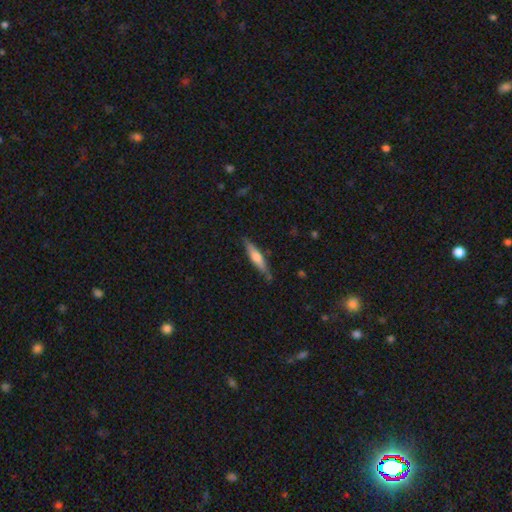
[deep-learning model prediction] Smooth or featured? Predicted: smooth (p=0.52). How rounded? Predicted: cigar-shaped (p=0.82). Merging? Predicted: none (p=0.79).